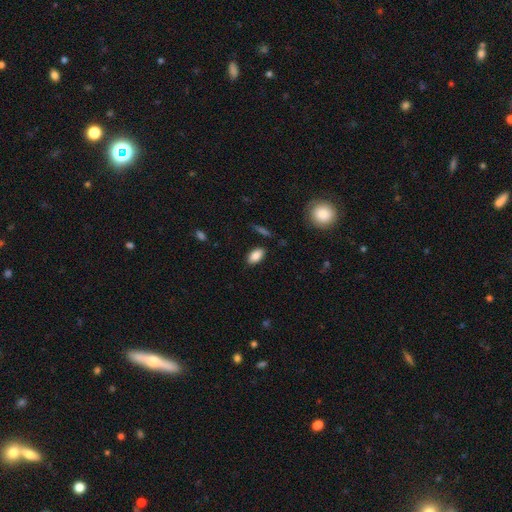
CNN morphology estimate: smooth 86%, star or artifact 8%, featured or disk 6%. Down the decision tree: how rounded — in between (93%); merging — none (85%).